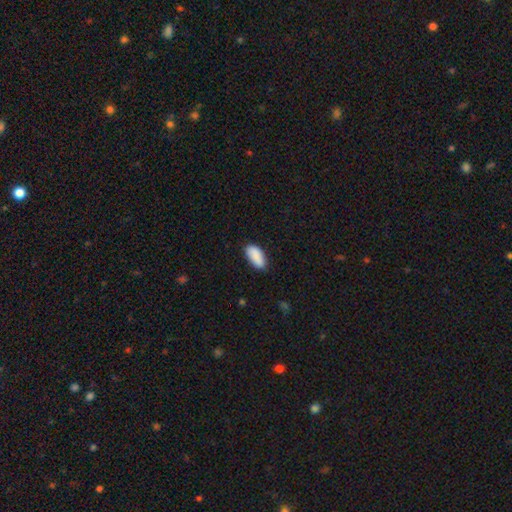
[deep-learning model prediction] The model was most divided on "merging": none: 79%, minor disturbance: 17%, major disturbance: 3%, merger: 1%. More confident: how rounded — in between (91%); smooth or featured — smooth (89%).